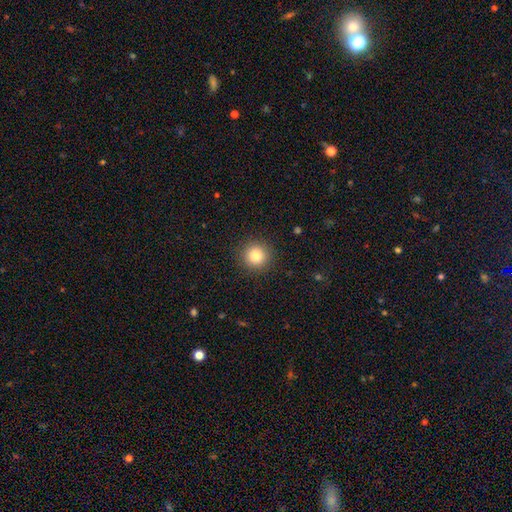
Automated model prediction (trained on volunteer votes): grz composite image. It shows a smooth galaxy with no disk features (82%) that is round (95%). Merging: none (91%).